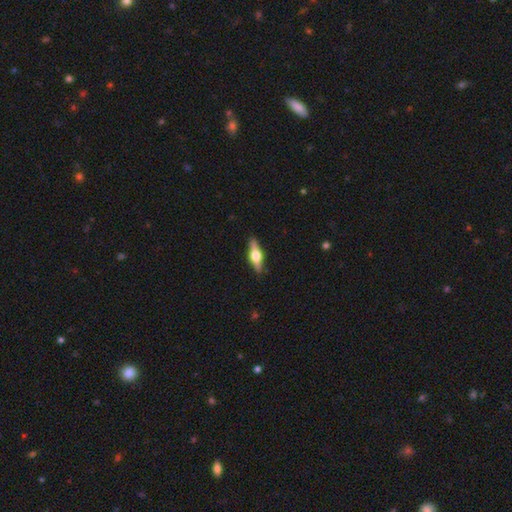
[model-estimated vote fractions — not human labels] Morphology: type=featured or disk (68%); edge-on=yes (96%); edge-on bulge=rounded (94%); merging=none (89%).